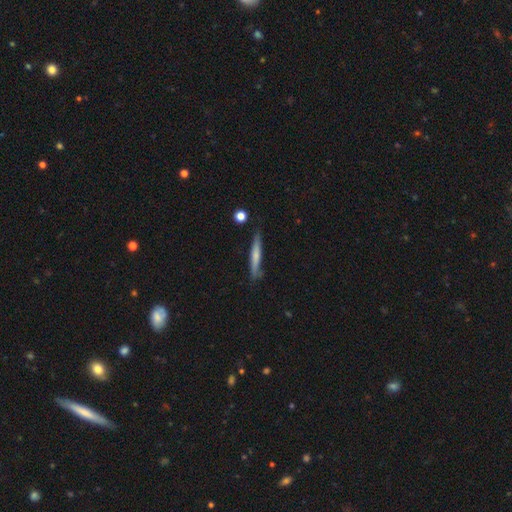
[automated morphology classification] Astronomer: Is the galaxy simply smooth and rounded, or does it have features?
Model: smooth — 59% (runner-up: featured or disk, 35%).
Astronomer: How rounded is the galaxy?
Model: cigar-shaped — 94%.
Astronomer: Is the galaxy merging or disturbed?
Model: none — 80%.